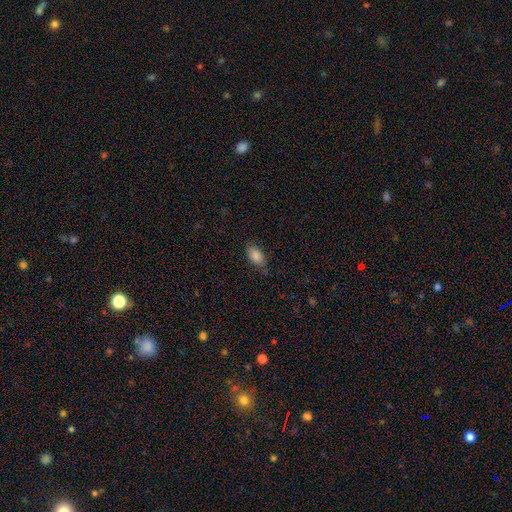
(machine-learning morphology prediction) smooth-or-featured: smooth: 85% | star or artifact: 8% | featured or disk: 7%
  how-rounded: in between: 91% | cigar-shaped: 5% | round: 4%
  merging: none: 72% | minor disturbance: 21% | major disturbance: 4% | merger: 2%